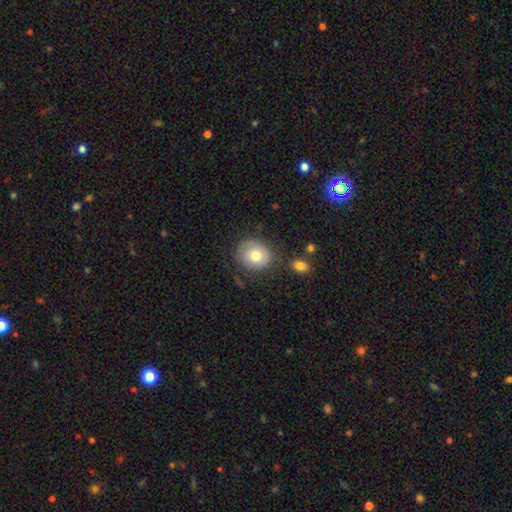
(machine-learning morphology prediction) smooth-or-featured: smooth: 76% | featured or disk: 15% | star or artifact: 9%
  how-rounded: round: 71% | in between: 28% | cigar-shaped: 1%
  merging: none: 77% | minor disturbance: 15% | major disturbance: 4% | merger: 4%